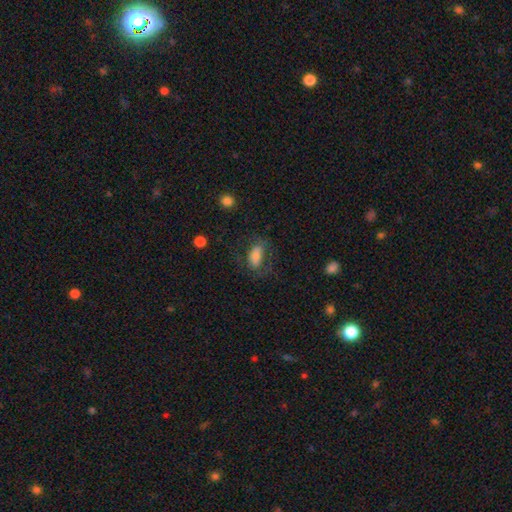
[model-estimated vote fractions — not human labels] smooth-or-featured: smooth: 68% | featured or disk: 23% | star or artifact: 9%
  how-rounded: in between: 88% | round: 9% | cigar-shaped: 3%
  merging: none: 55% | major disturbance: 23% | minor disturbance: 20% | merger: 2%